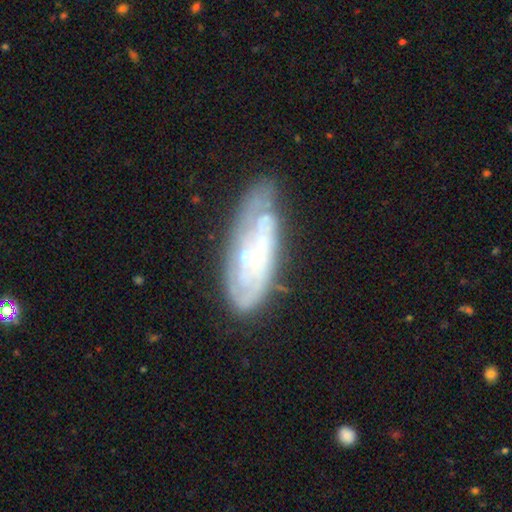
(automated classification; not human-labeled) Smooth or featured? Predicted: featured or disk (p=0.70). Edge-on disk? Predicted: no (p=0.84). Bar? Predicted: no (p=0.69). Spiral arms? Predicted: yes (p=0.73). Bulge size? Predicted: small (p=0.71). Merging? Predicted: none (p=0.62).